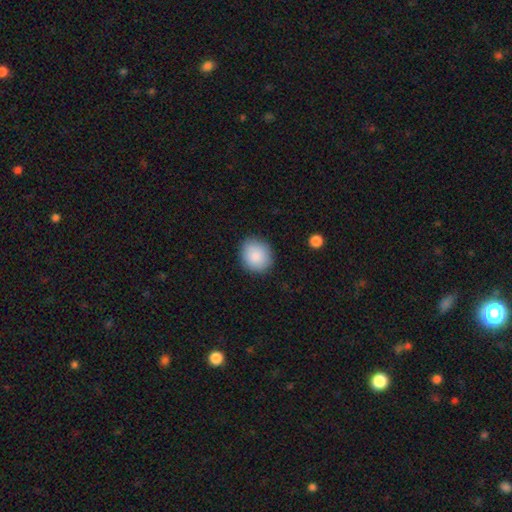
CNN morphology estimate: Smooth or featured: smooth — 87% (star or artifact — 7%)
How rounded: round — 72% (in between — 27%)
Merging: none — 87% (minor disturbance — 9%)